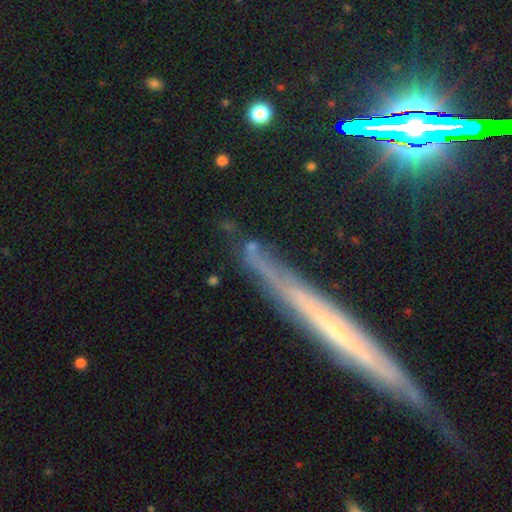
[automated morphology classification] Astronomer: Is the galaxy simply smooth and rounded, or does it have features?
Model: smooth — 39% (runner-up: featured or disk, 38%).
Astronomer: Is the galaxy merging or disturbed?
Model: none — 69%.